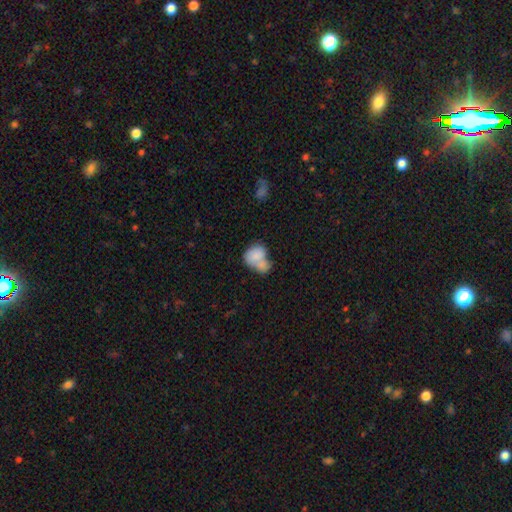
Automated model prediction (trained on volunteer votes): Morphology: type=smooth (78%); roundness=in between (60%); merging=merger (65%).